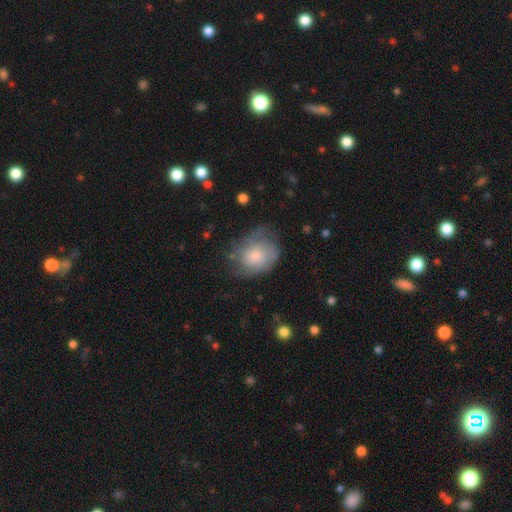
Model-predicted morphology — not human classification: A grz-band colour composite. It shows a smooth galaxy with no disk features (54%) that is round (50%). Merging: none (51%).